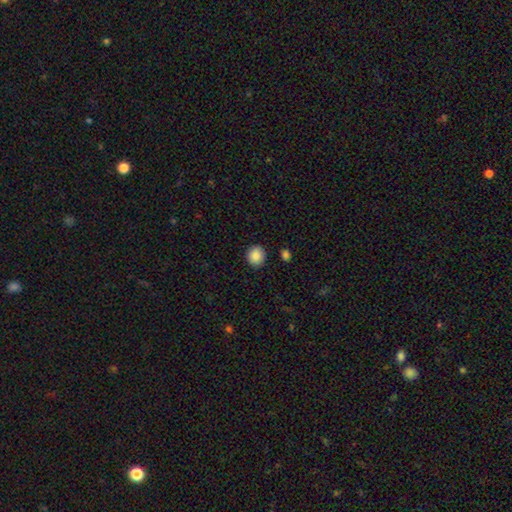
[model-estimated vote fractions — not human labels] Q: Smooth or featured?
A: smooth (89%); runner-up: star or artifact (8%)
Q: How rounded?
A: round (81%); runner-up: in between (18%)
Q: Merging?
A: none (89%); runner-up: minor disturbance (7%)